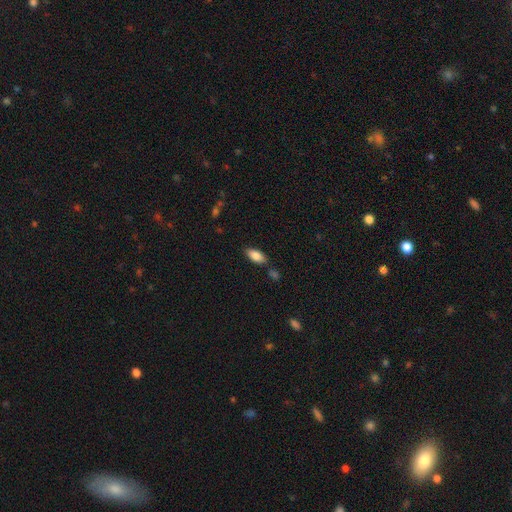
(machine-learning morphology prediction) This appears to be a smooth galaxy with no disk features (84%) that is in between round and cigar-shaped (88%). Merging: none (79%).